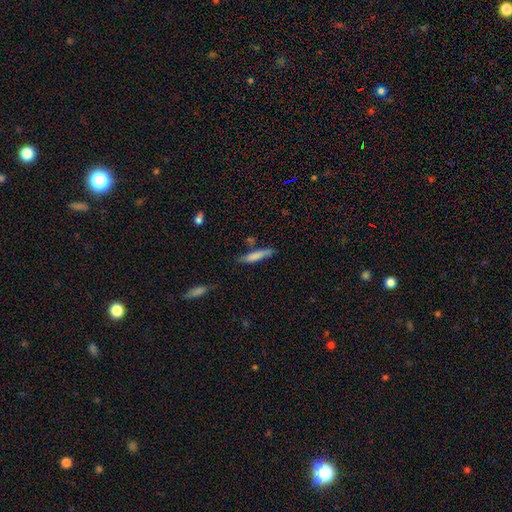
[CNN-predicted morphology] Q: Smooth or featured?
A: smooth (77%); runner-up: featured or disk (17%)
Q: How rounded?
A: cigar-shaped (87%); runner-up: in between (12%)
Q: Merging?
A: none (69%); runner-up: minor disturbance (21%)